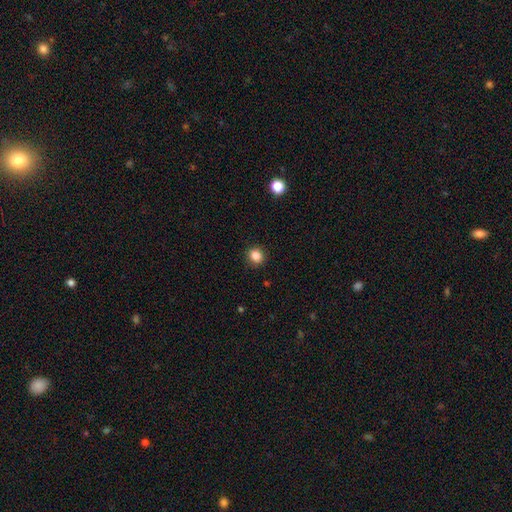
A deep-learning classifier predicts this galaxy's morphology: A smooth galaxy with no disk features (86%) that is round (83%).

Vote fractions:
- Smooth or featured? smooth: 86% / star or artifact: 11% / featured or disk: 4%
- How rounded? round: 83% / in between: 16% / cigar-shaped: 1%
- Merging? none: 90% / minor disturbance: 7% / major disturbance: 2% / merger: 1%